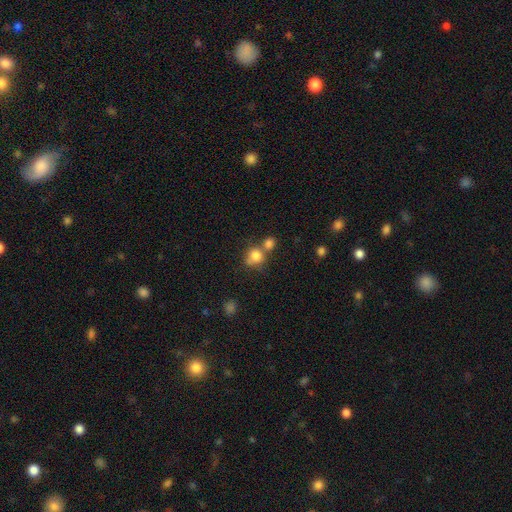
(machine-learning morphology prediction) A smooth galaxy with no disk features (80%) that is round (77%). Merging: none (42%).